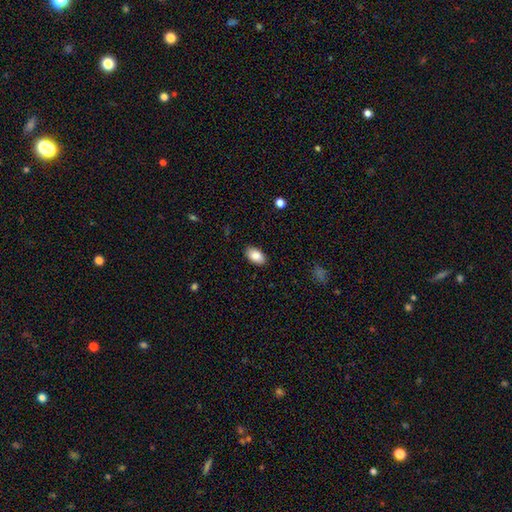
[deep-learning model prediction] Smooth or featured: smooth — 87% (star or artifact — 7%)
How rounded: in between — 94% (round — 5%)
Merging: none — 88% (minor disturbance — 9%)